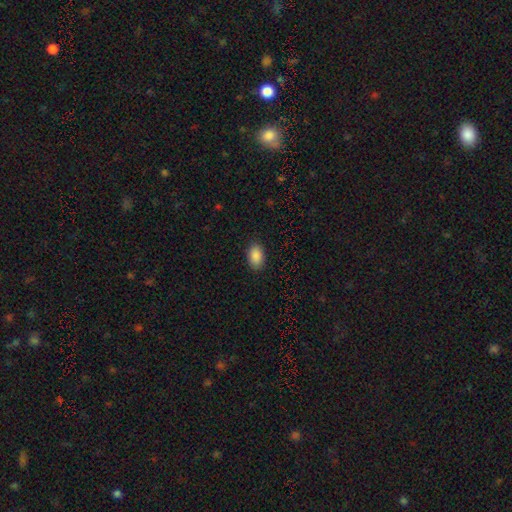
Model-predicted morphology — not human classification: smooth-or-featured: smooth: 89% | star or artifact: 8% | featured or disk: 3%
  how-rounded: in between: 91% | round: 7% | cigar-shaped: 1%
  merging: none: 88% | minor disturbance: 8% | major disturbance: 2% | merger: 1%